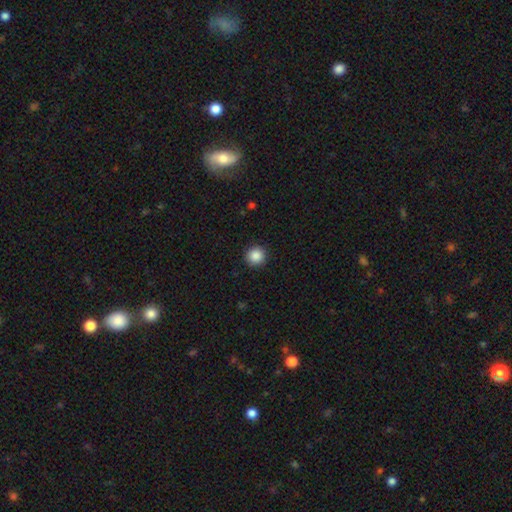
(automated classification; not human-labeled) smooth-or-featured: smooth: 88% | star or artifact: 9% | featured or disk: 3%
  how-rounded: round: 95% | in between: 4% | cigar-shaped: 1%
  merging: none: 92% | minor disturbance: 5% | major disturbance: 2% | merger: 1%